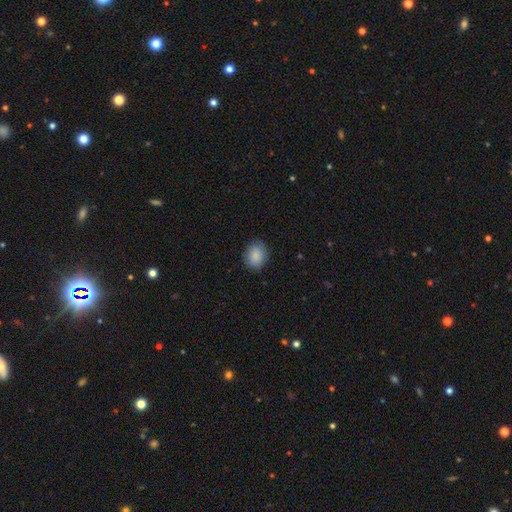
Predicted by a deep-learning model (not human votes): Overall: smooth (88%). How rounded: round (50%; in between 49%). Merging: none (87%).